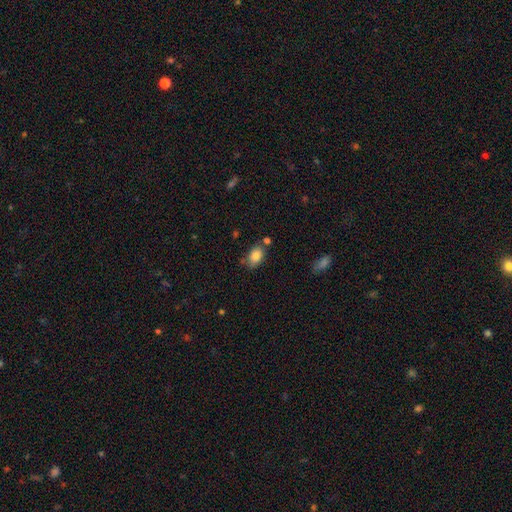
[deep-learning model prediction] Smooth or featured?
  - smooth: 85% *
  - star or artifact: 8%
  - featured or disk: 7%
How rounded?
  - in between: 87% *
  - round: 11%
  - cigar-shaped: 2%
Merging?
  - none: 66% *
  - minor disturbance: 19%
  - merger: 10%
  - major disturbance: 5%